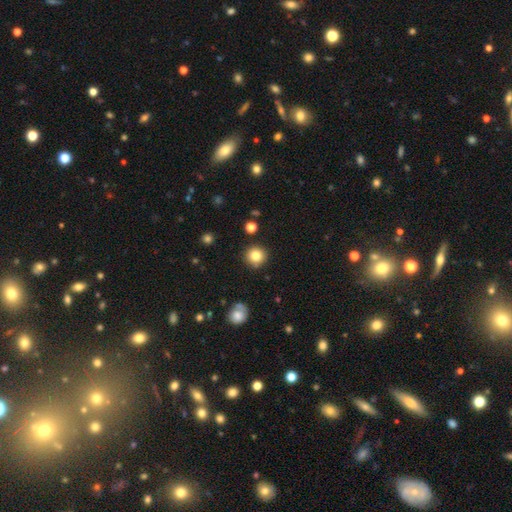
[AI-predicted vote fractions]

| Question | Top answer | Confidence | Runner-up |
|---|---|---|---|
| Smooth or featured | smooth | 83% | star or artifact (11%) |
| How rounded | round | 94% | in between (5%) |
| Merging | none | 89% | minor disturbance (7%) |